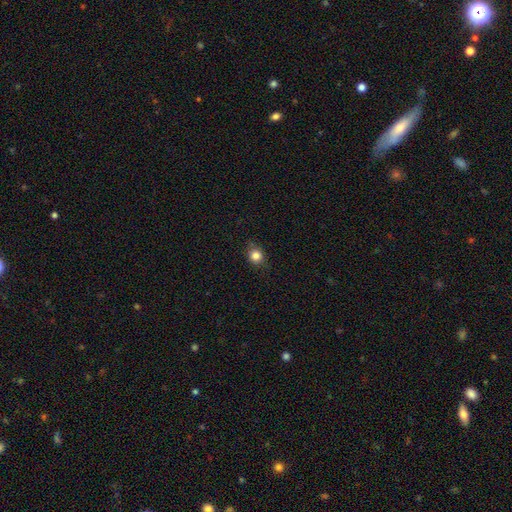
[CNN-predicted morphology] The model was most divided on "how rounded": round: 76%, in between: 23%, cigar-shaped: 1%. More confident: smooth or featured — smooth (83%); merging — none (80%).